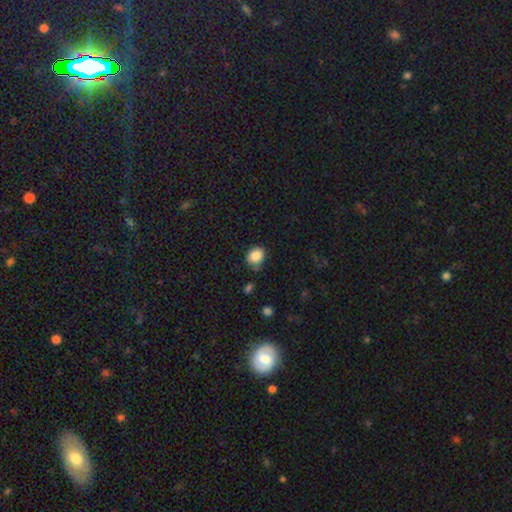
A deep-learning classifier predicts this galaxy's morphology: A smooth galaxy with no disk features (85%) that is in between round and cigar-shaped (52%). Merging: none (71%).